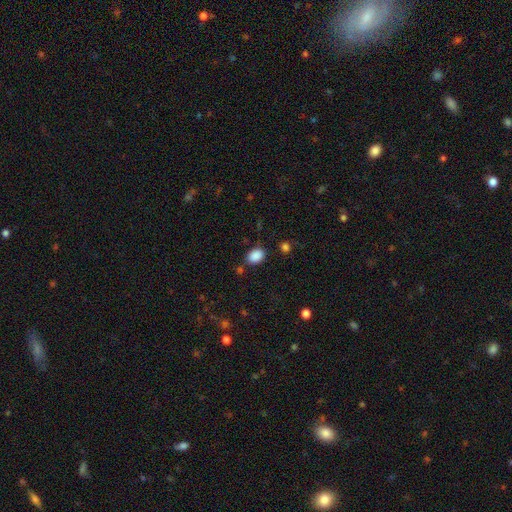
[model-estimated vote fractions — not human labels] A smooth galaxy with no disk features (88%) that is in between round and cigar-shaped (74%).

Vote fractions:
- Smooth or featured? smooth: 88% / star or artifact: 9% / featured or disk: 3%
- How rounded? in between: 74% / round: 25% / cigar-shaped: 1%
- Merging? none: 79% / minor disturbance: 13% / merger: 4% / major disturbance: 4%